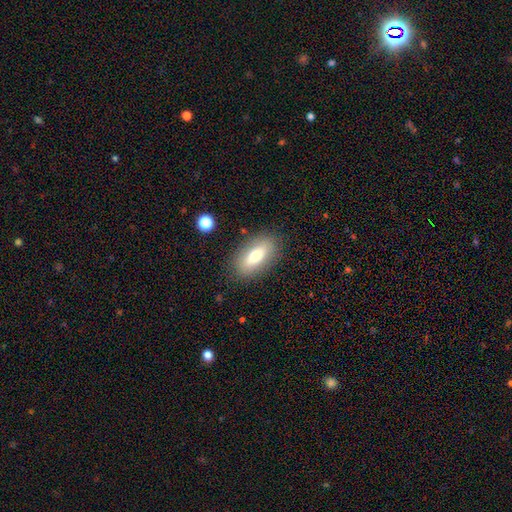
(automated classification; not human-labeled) smooth-or-featured: smooth: 70% | featured or disk: 22% | star or artifact: 8%
  how-rounded: in between: 85% | cigar-shaped: 12% | round: 4%
  merging: none: 84% | minor disturbance: 11% | major disturbance: 4% | merger: 2%